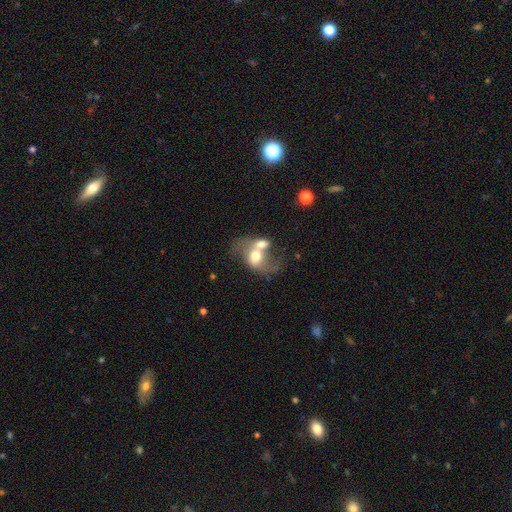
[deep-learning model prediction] Smooth or featured? Predicted: featured or disk (p=0.52). Edge-on disk? Predicted: no (p=0.96). Bar? Predicted: no (p=0.66). Spiral arms? Predicted: yes (p=0.62). Bulge size? Predicted: moderate (p=0.50). Merging? Predicted: merger (p=0.66).